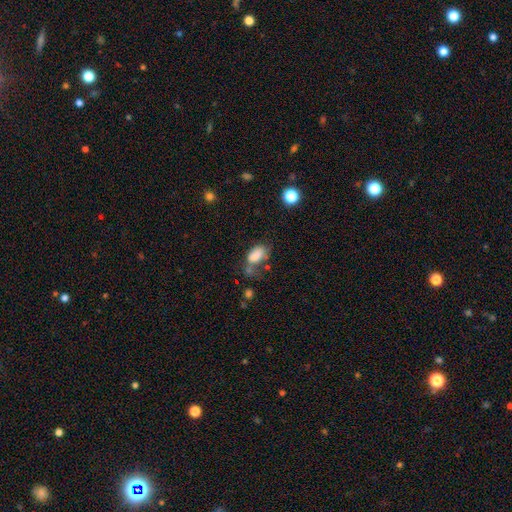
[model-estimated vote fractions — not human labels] Smooth or featured?
  - smooth: 78% *
  - featured or disk: 12%
  - star or artifact: 10%
How rounded?
  - in between: 90% *
  - round: 8%
  - cigar-shaped: 2%
Merging?
  - none: 32% *
  - minor disturbance: 26%
  - major disturbance: 25%
  - merger: 18%